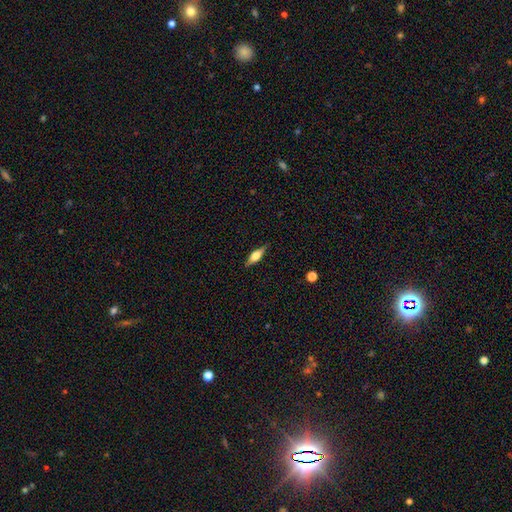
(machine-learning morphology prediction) A smooth galaxy with no disk features (48%).

Vote fractions:
- Smooth or featured? smooth: 48% / featured or disk: 45% / star or artifact: 7%
- Merging? none: 84% / minor disturbance: 12% / major disturbance: 3% / merger: 1%